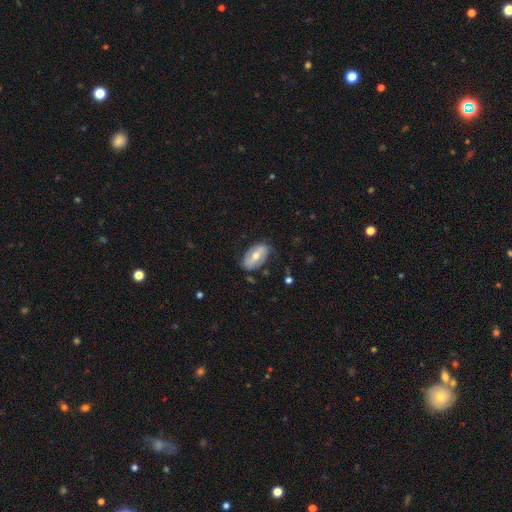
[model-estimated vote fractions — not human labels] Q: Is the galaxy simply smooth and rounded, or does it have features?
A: featured or disk — 48%.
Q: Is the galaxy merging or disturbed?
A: none — 77%.